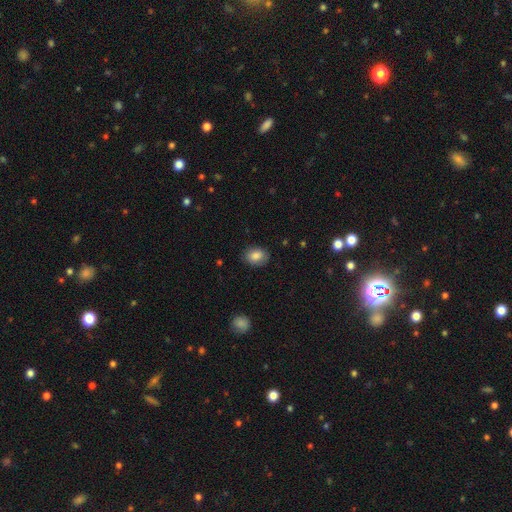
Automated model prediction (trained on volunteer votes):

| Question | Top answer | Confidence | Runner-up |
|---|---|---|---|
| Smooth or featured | smooth | 85% | star or artifact (8%) |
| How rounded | in between | 65% | round (34%) |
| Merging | none | 84% | minor disturbance (12%) |